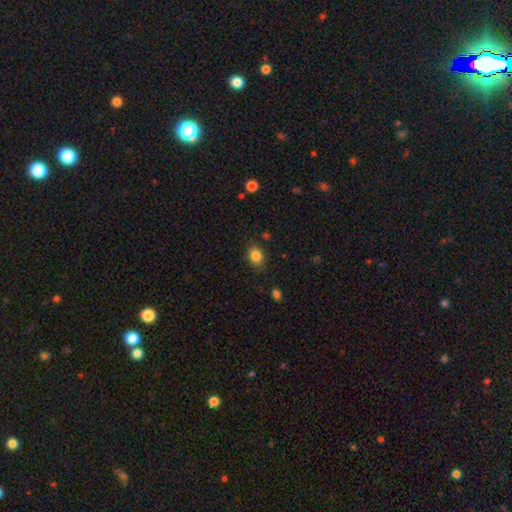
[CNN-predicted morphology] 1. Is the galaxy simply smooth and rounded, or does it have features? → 85% smooth, 10% star or artifact, 6% featured or disk.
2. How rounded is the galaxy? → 56% in between, 43% round, 1% cigar-shaped.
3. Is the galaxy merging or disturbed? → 81% none, 14% minor disturbance, 3% major disturbance, 2% merger.